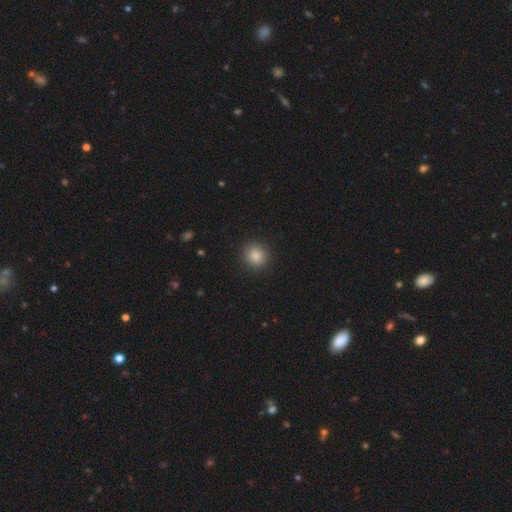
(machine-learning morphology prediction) smooth_or_featured: smooth (p=0.86) [alt: star or artifact p=0.10]
how_rounded: round (p=0.90) [alt: in between p=0.09]
merging: none (p=0.92) [alt: minor disturbance p=0.05]